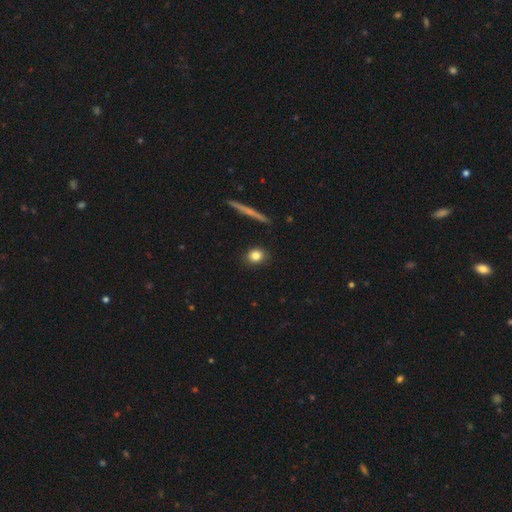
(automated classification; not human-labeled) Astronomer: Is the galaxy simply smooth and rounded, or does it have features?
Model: smooth — 82%.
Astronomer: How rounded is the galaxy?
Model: round — 64%.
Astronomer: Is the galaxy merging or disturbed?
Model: none — 89%.